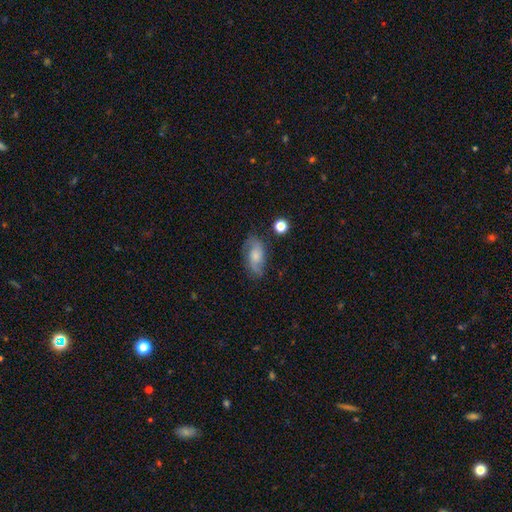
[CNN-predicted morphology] The model was most divided on "smooth or featured": featured or disk: 49%, smooth: 42%, star or artifact: 9%. More confident: merging — none (68%).